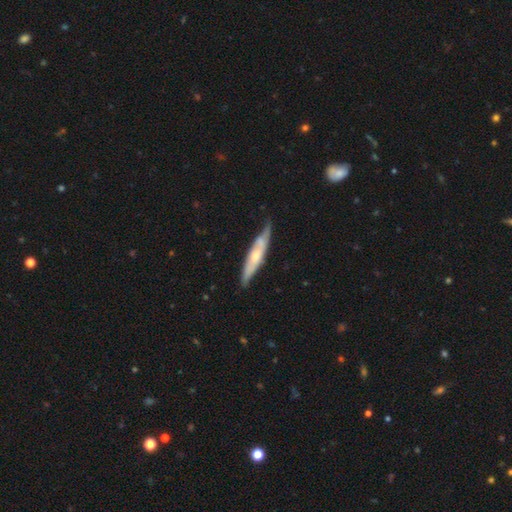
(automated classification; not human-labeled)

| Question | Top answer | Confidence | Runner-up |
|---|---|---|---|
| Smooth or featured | featured or disk | 58% | smooth (36%) |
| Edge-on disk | yes | 70% | no (30%) |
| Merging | none | 69% | minor disturbance (25%) |